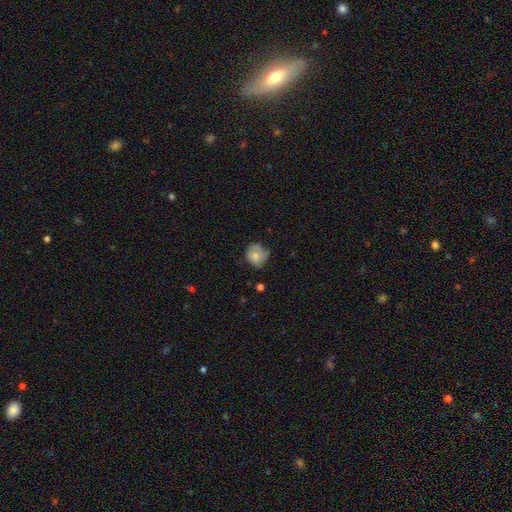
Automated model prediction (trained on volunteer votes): Smooth or featured? smooth (73%)
How rounded? round (81%)
Merging? none (57%)